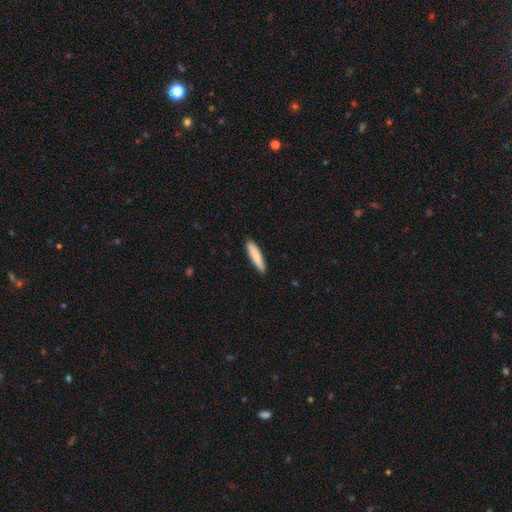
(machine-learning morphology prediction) smooth-or-featured: smooth: 85% | featured or disk: 10% | star or artifact: 5%
  how-rounded: cigar-shaped: 84% | in between: 15% | round: 1%
  merging: none: 90% | minor disturbance: 8% | major disturbance: 1% | merger: 1%